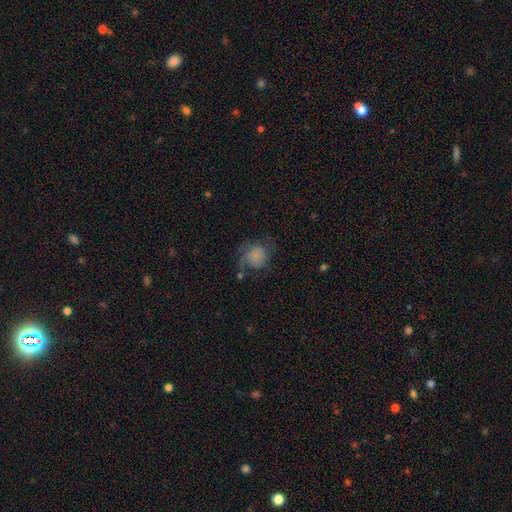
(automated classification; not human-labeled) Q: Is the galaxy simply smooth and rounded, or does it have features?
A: smooth — 51%.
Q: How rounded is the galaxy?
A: round — 69%.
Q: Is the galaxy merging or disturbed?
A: none — 44%.